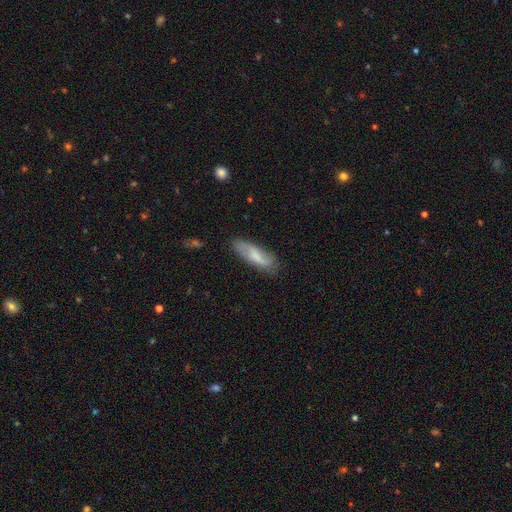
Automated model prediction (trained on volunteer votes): smooth-or-featured: smooth: 60% | featured or disk: 34% | star or artifact: 7%
  how-rounded: in between: 52% | cigar-shaped: 46% | round: 2%
  merging: none: 73% | minor disturbance: 20% | major disturbance: 5% | merger: 2%